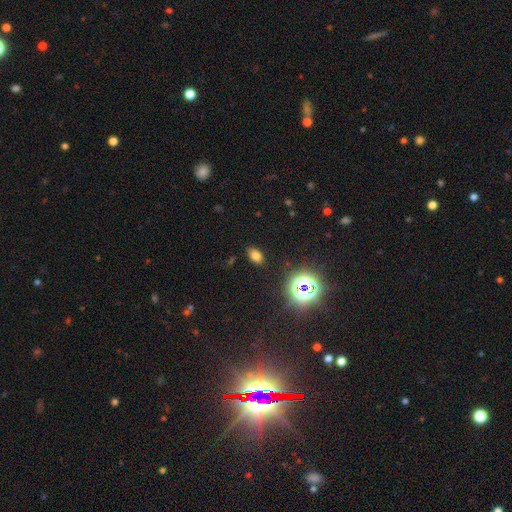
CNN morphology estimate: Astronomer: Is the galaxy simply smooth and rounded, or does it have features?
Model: smooth — 69%.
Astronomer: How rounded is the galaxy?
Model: in between — 85%.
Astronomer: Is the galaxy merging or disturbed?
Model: none — 86%.